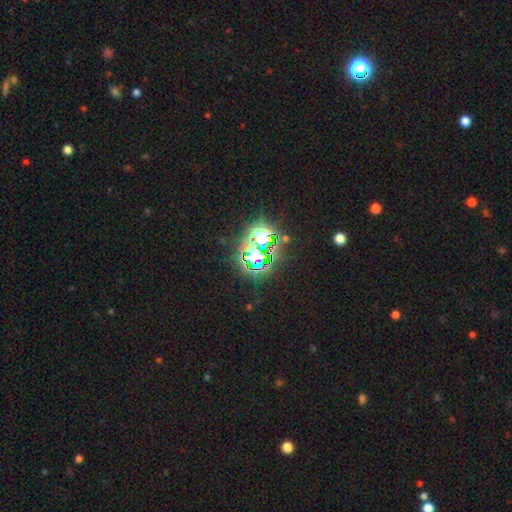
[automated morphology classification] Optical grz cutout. It shows a star or artifact, not a galaxy (77%).